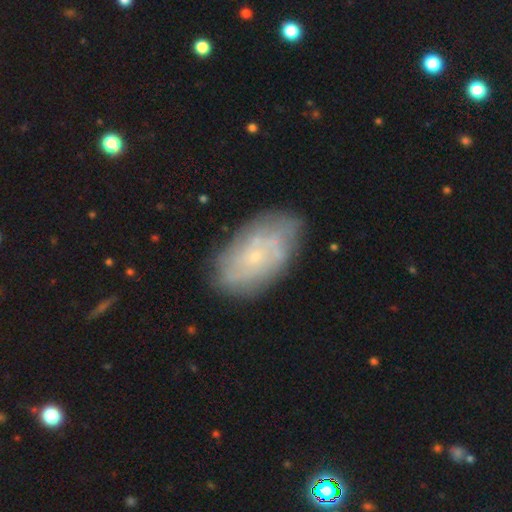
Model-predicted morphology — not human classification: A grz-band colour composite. It shows a featured or disk galaxy (61%) with no bar (82%), spiral arms (66%) and a small central bulge (82%). Merging: none (72%).